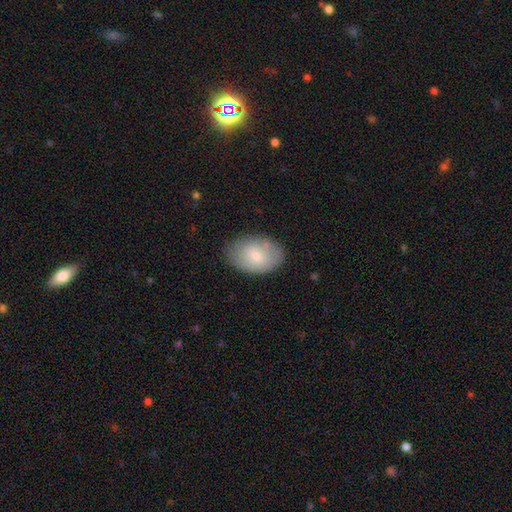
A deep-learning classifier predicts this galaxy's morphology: type=smooth (71%); roundness=in between (86%); merging=none (78%).